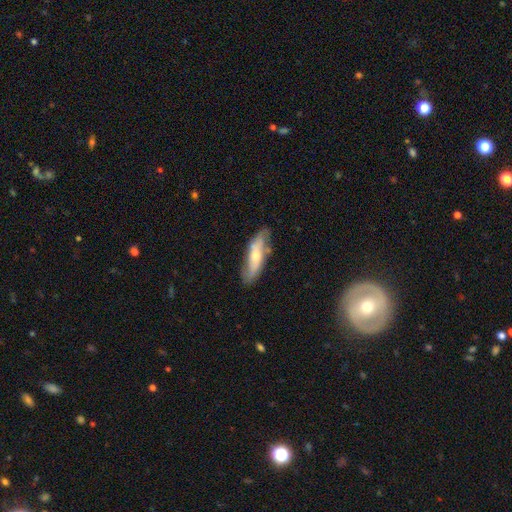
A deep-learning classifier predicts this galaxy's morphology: Overall: featured or disk (47%, tied with smooth). Merging: none (68%).